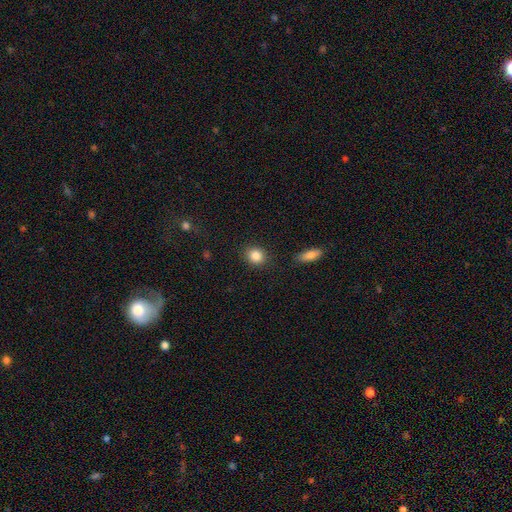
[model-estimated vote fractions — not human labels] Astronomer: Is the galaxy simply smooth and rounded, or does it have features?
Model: smooth — 86%.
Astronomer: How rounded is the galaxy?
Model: round — 77%.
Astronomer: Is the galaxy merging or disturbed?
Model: none — 87%.